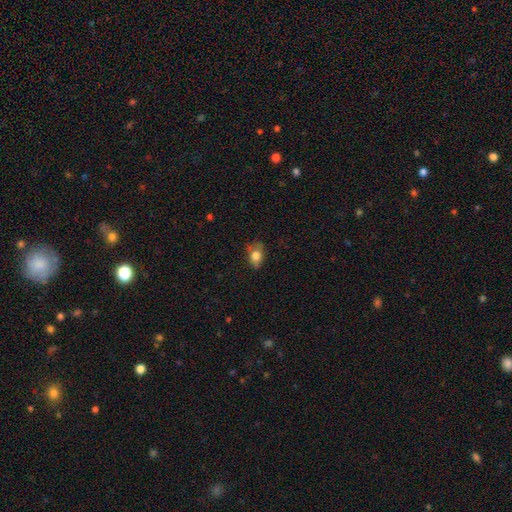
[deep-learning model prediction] The model was most divided on "merging": none: 52%, minor disturbance: 34%, major disturbance: 12%, merger: 3%. More confident: smooth or featured — smooth (76%); how rounded — in between (75%).